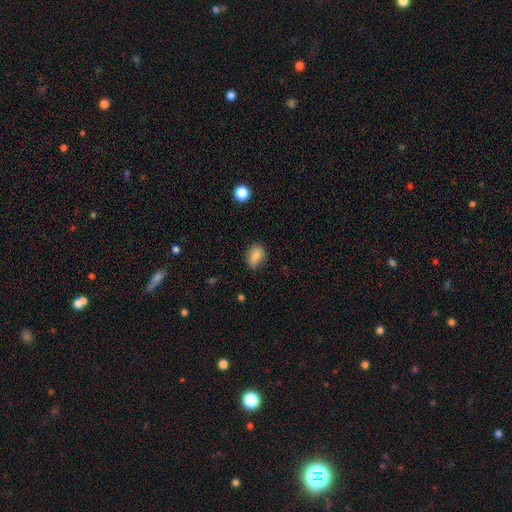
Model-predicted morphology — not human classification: This appears to be a smooth galaxy with no disk features (83%) that is in between round and cigar-shaped (74%). Merging: none (81%).